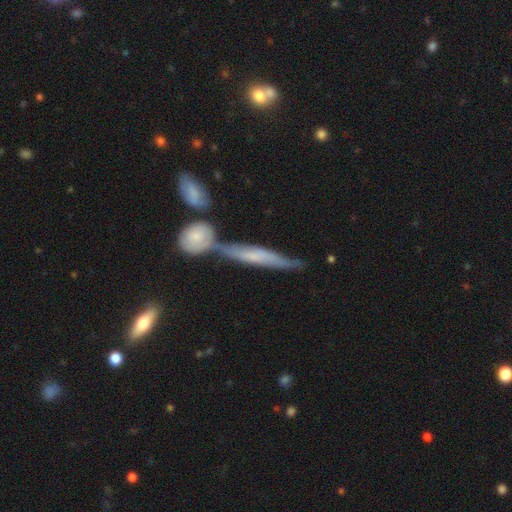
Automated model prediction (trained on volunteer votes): A featured or disk galaxy (56%) viewed edge-on (84%). Merging: none (53%).